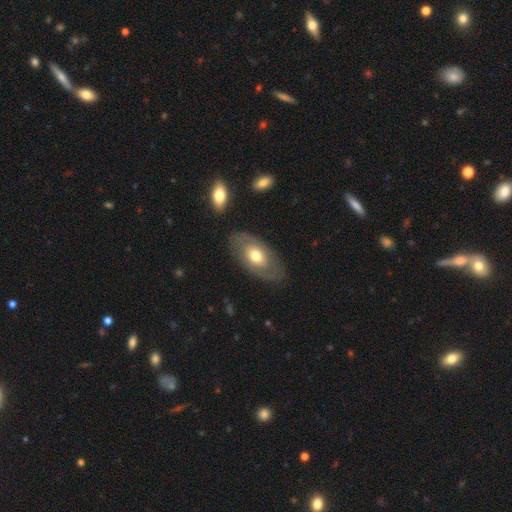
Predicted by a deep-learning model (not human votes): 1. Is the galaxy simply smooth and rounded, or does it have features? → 48% featured or disk, 46% smooth, 6% star or artifact.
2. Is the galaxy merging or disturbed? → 81% none, 13% minor disturbance, 5% major disturbance, 2% merger.